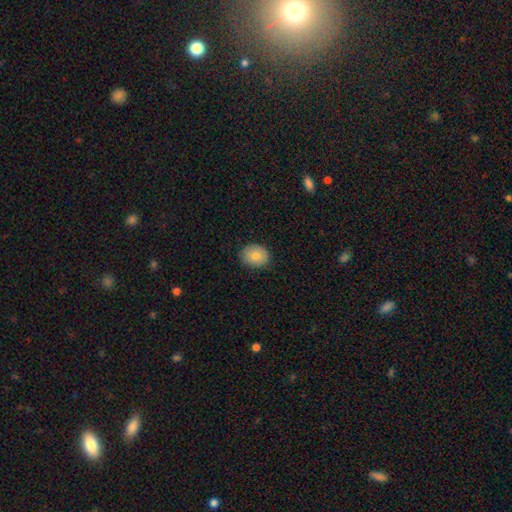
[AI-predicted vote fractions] Overall: smooth (79%). How rounded: round (53%; in between 47%). Merging: none (88%).